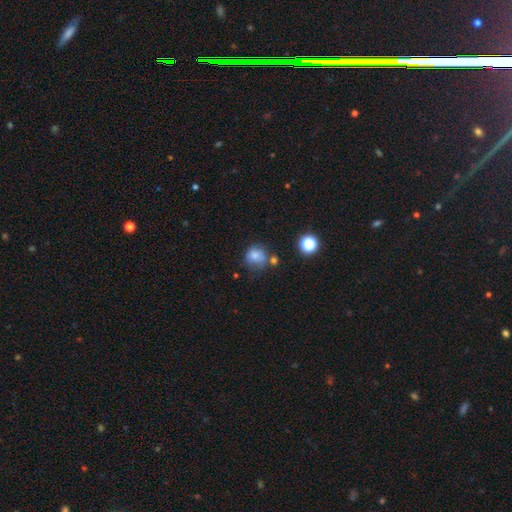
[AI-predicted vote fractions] A smooth galaxy with no disk features (74%) that is round (79%). Merging: none (52%).